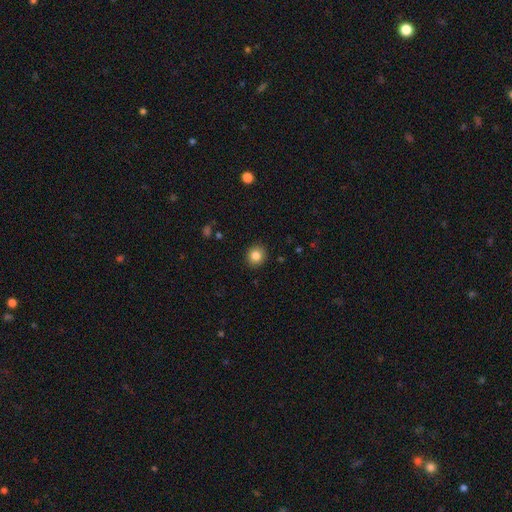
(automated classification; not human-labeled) Smooth or featured? smooth (84%)
How rounded? round (86%)
Merging? none (91%)